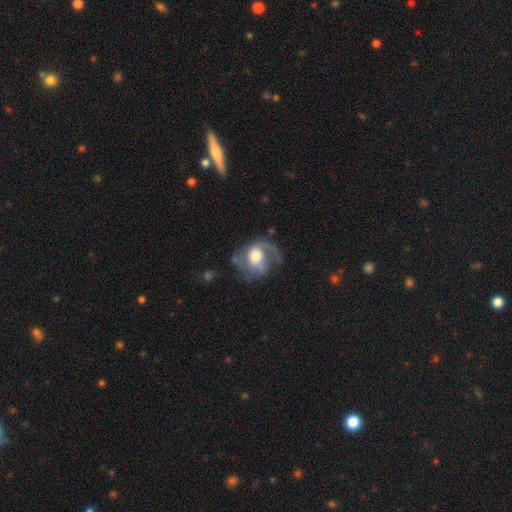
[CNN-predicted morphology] A featured or disk galaxy (69%) with no bar (66%), 2 (53%) medium (45%) spiral arms (84%) and a moderate central bulge (54%). Merging: none (48%).